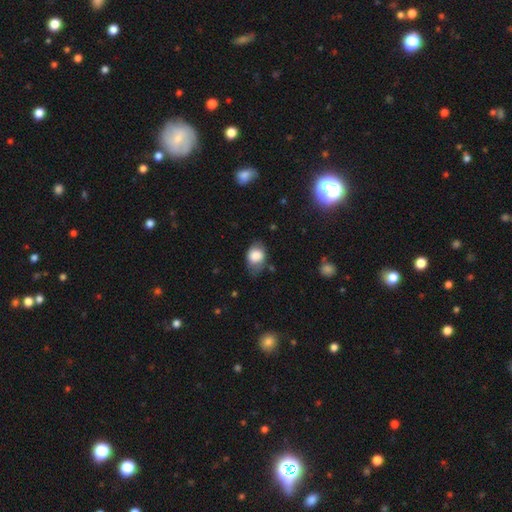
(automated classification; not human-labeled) Morphology: type=smooth (79%); roundness=in between (74%); merging=none (57%).